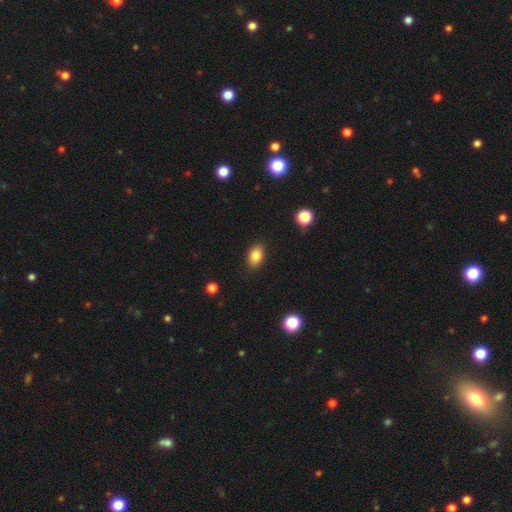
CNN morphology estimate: smooth-or-featured: smooth: 85% | star or artifact: 9% | featured or disk: 6%
  how-rounded: in between: 83% | round: 16% | cigar-shaped: 1%
  merging: none: 87% | minor disturbance: 9% | major disturbance: 2% | merger: 1%